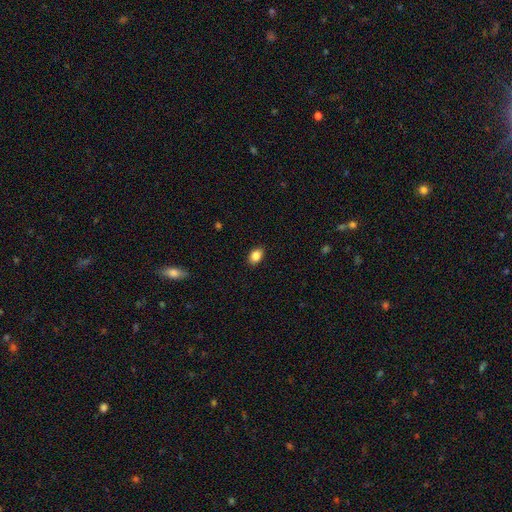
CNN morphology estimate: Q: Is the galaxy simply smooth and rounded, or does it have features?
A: smooth — 87%.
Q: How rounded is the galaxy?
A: in between — 76%.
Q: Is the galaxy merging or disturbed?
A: none — 89%.